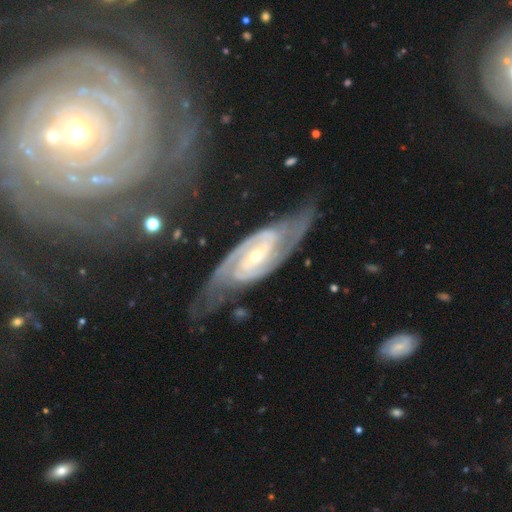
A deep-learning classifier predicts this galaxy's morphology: Q: Smooth or featured?
A: featured or disk (92%); runner-up: star or artifact (5%)
Q: Edge-on disk?
A: no (95%); runner-up: yes (5%)
Q: Bar?
A: strong (42%); runner-up: weak (36%)
Q: Spiral arms?
A: yes (98%); runner-up: no (2%)
Q: Spiral winding?
A: tight (46%); runner-up: medium (43%)
Q: Spiral arm count?
A: 2 (85%); runner-up: can't tell (5%)
Q: Bulge size?
A: small (68%); runner-up: moderate (29%)
Q: Merging?
A: none (68%); runner-up: minor disturbance (18%)